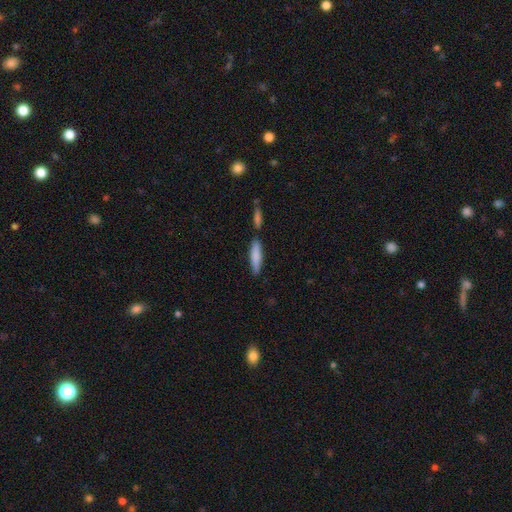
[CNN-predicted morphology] Overall: smooth (81%). How rounded: cigar-shaped (76%). Merging: none (74%).